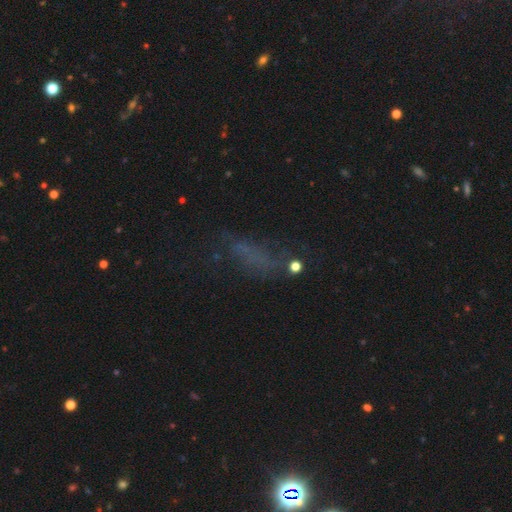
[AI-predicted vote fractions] Smooth or featured? Predicted: smooth (p=0.39, tied with star or artifact). Merging? Predicted: none (p=0.56).